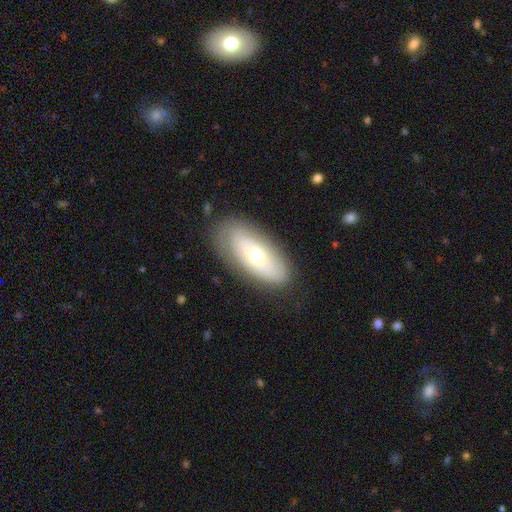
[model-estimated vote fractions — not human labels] smooth_or_featured: smooth (p=0.49) [alt: featured or disk p=0.43]
merging: none (p=0.78) [alt: minor disturbance p=0.16]